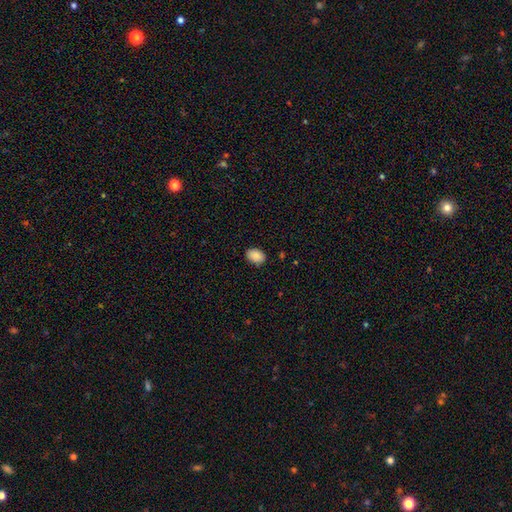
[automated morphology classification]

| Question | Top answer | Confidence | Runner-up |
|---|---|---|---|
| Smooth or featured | smooth | 89% | star or artifact (7%) |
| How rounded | in between | 80% | round (19%) |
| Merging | none | 86% | minor disturbance (11%) |